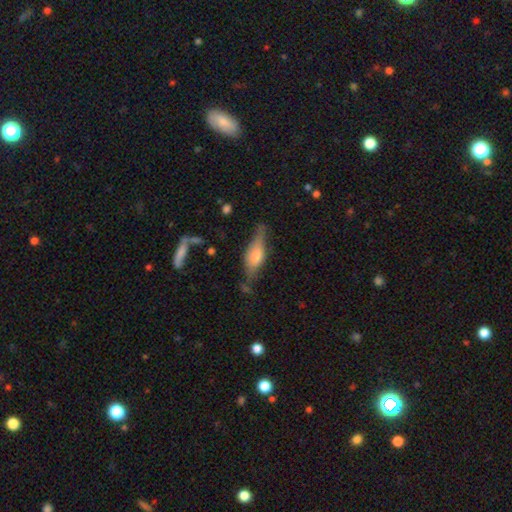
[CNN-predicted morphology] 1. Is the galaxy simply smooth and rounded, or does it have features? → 50% smooth, 43% featured or disk, 7% star or artifact.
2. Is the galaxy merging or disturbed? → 53% none, 30% minor disturbance, 12% major disturbance, 5% merger.